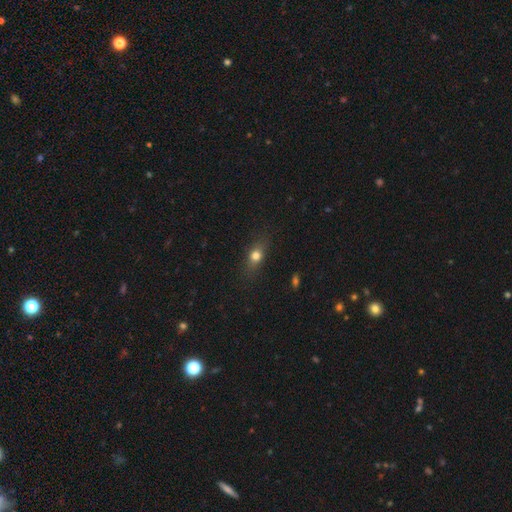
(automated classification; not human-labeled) The model was most divided on "how rounded": in between: 59%, round: 26%, cigar-shaped: 15%. More confident: merging — none (79%); smooth or featured — smooth (73%).